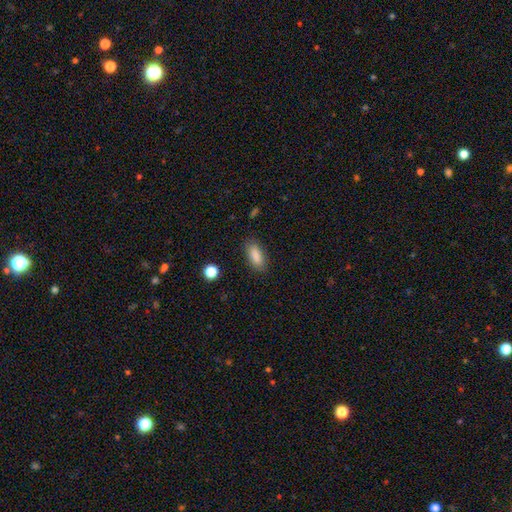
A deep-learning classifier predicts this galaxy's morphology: smooth_or_featured: smooth (p=0.87) [alt: star or artifact p=0.08]
how_rounded: in between (p=0.78) [alt: cigar-shaped p=0.19]
merging: none (p=0.85) [alt: minor disturbance p=0.11]